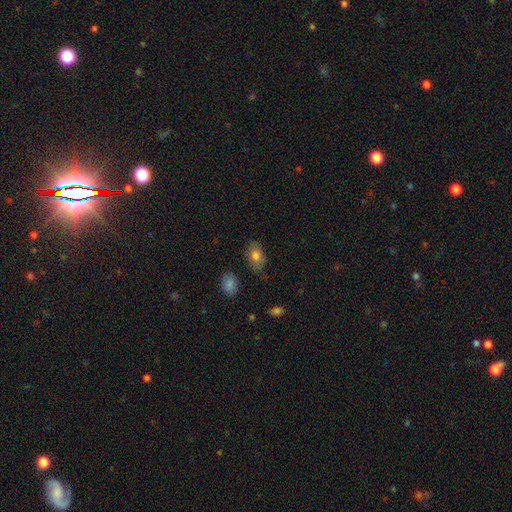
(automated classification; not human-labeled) Smooth or featured: smooth — 80% (featured or disk — 12%)
How rounded: in between — 87% (round — 11%)
Merging: none — 76% (minor disturbance — 18%)